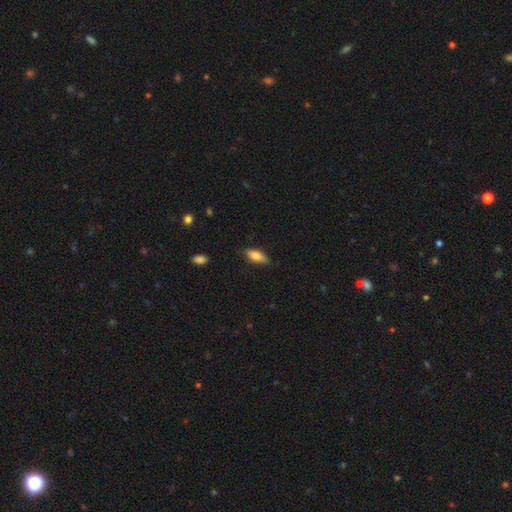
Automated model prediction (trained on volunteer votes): smooth_or_featured: smooth (p=0.82) [alt: featured or disk p=0.11]
how_rounded: in between (p=0.82) [alt: cigar-shaped p=0.15]
merging: none (p=0.81) [alt: minor disturbance p=0.16]